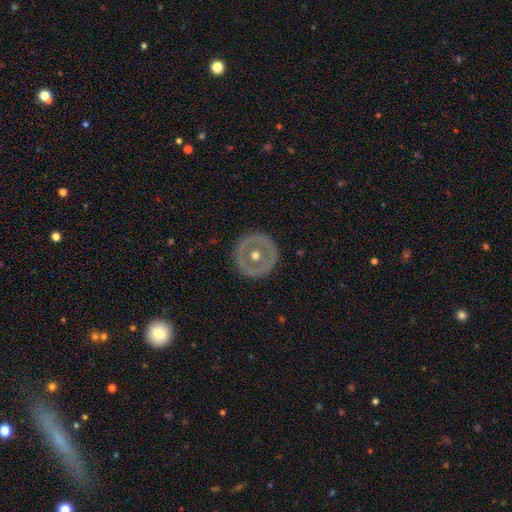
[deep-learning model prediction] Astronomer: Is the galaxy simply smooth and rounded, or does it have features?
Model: featured or disk — 59%.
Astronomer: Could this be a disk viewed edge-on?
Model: no — 93%.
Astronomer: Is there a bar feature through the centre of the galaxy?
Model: no — 91%.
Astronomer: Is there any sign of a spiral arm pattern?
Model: no — 93%.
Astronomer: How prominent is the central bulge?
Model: moderate — 74%.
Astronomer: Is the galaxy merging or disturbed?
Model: none — 86%.